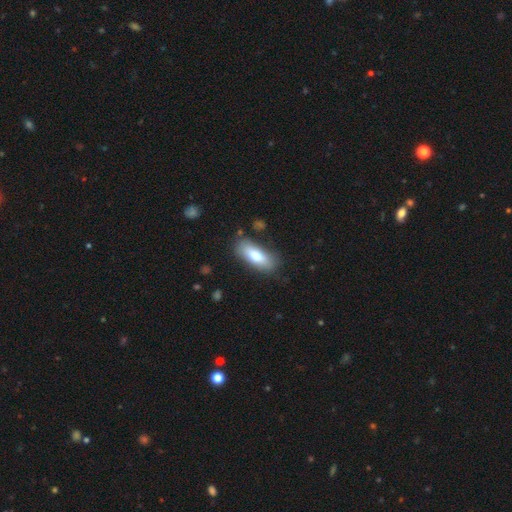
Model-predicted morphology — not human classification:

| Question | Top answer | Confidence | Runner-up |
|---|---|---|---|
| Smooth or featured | smooth | 75% | featured or disk (18%) |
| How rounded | in between | 73% | cigar-shaped (24%) |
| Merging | none | 78% | minor disturbance (15%) |